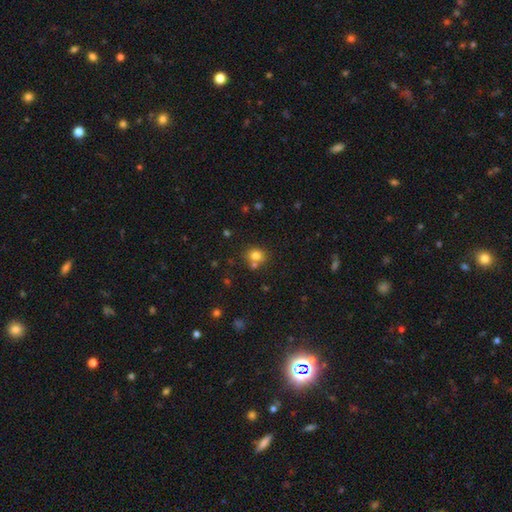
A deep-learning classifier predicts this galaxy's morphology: This appears to be a smooth galaxy with no disk features (77%) that is round (74%). Merging: none (64%).